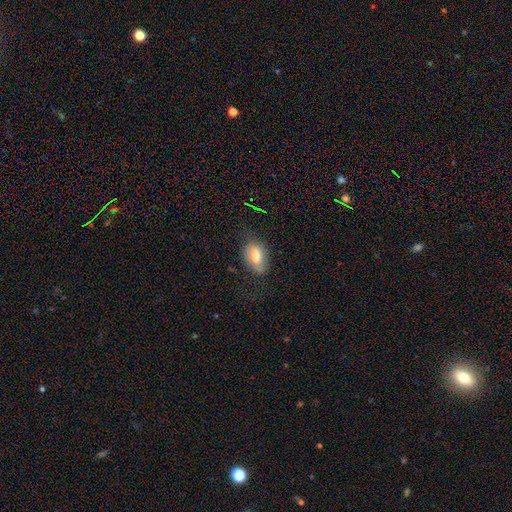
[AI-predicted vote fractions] smooth-or-featured: smooth: 72% | featured or disk: 19% | star or artifact: 9%
  how-rounded: in between: 88% | round: 10% | cigar-shaped: 2%
  merging: none: 62% | minor disturbance: 26% | major disturbance: 10% | merger: 2%